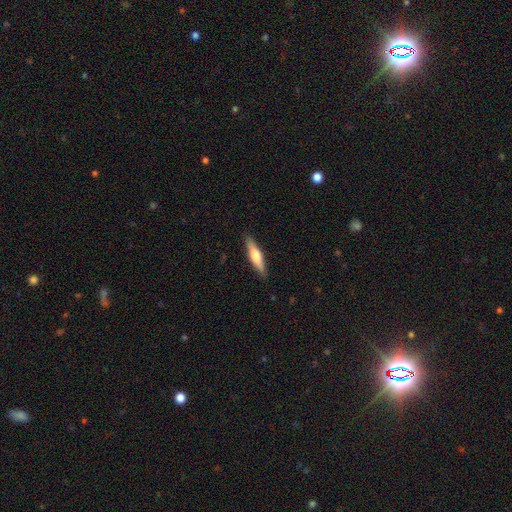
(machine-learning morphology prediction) Smooth or featured? Predicted: smooth (p=0.52). How rounded? Predicted: cigar-shaped (p=0.78). Merging? Predicted: none (p=0.89).